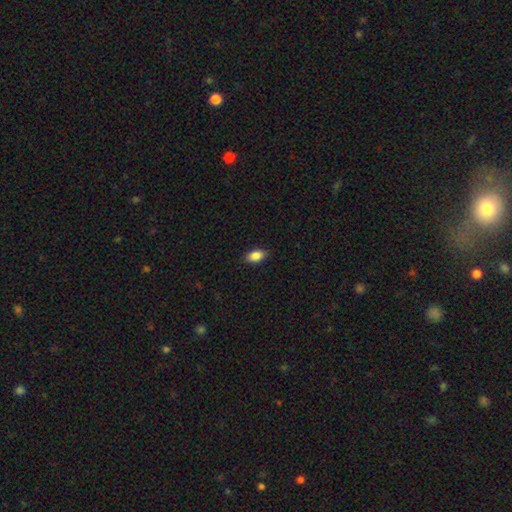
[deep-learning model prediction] A smooth galaxy with no disk features (87%) that is in between round and cigar-shaped (90%). Merging: none (88%).